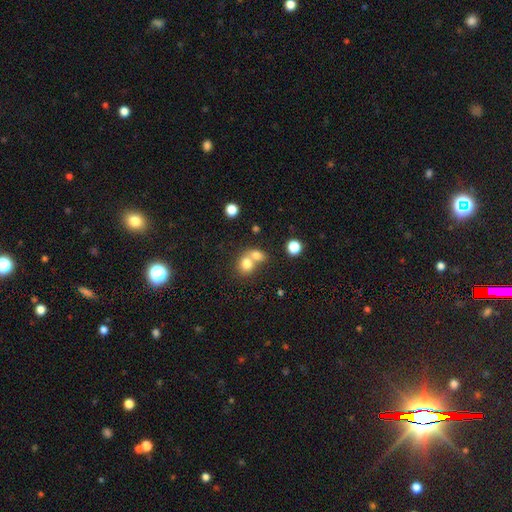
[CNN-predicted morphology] This is likely a smooth galaxy (75%). How rounded: possibly round (57%). Merging: likely merger (64%).